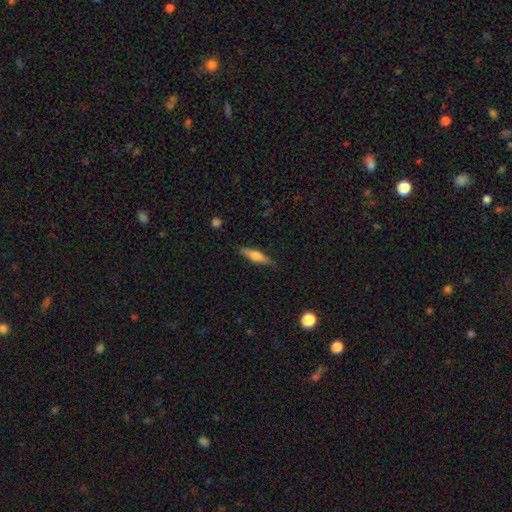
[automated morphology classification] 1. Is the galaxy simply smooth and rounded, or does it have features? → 57% smooth, 36% featured or disk, 6% star or artifact.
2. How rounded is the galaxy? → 70% cigar-shaped, 28% in between, 2% round.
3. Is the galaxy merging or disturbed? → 84% none, 12% minor disturbance, 3% major disturbance, 1% merger.